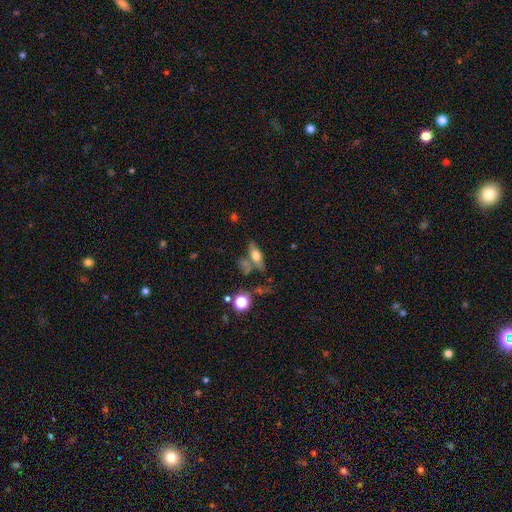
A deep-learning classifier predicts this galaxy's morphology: Smooth or featured?
  - smooth: 51% *
  - featured or disk: 38%
  - star or artifact: 11%
How rounded?
  - in between: 57% *
  - cigar-shaped: 36%
  - round: 7%
Merging?
  - none: 56% *
  - merger: 17%
  - minor disturbance: 17%
  - major disturbance: 9%